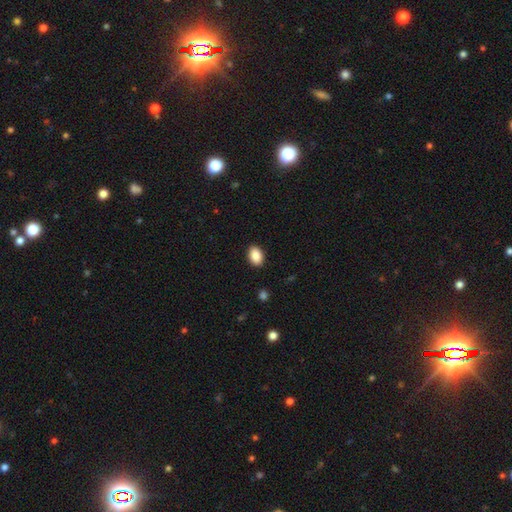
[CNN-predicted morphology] Smooth or featured: smooth — 89% (star or artifact — 7%)
How rounded: in between — 83% (round — 16%)
Merging: none — 90% (minor disturbance — 7%)